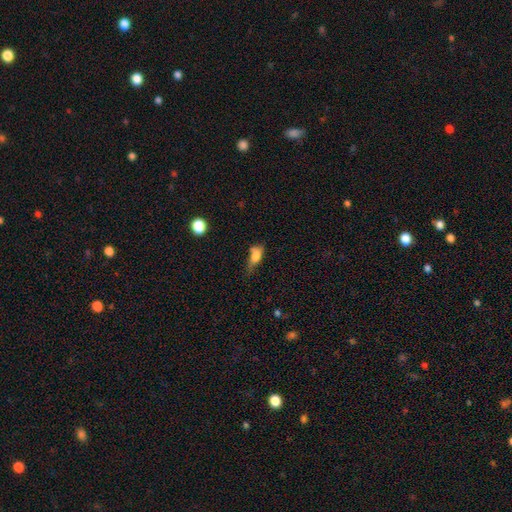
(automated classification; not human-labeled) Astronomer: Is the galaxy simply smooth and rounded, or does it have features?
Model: smooth — 72%.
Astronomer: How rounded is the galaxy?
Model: in between — 71%.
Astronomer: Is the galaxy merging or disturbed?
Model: minor disturbance — 36% (runner-up: none, 31%).